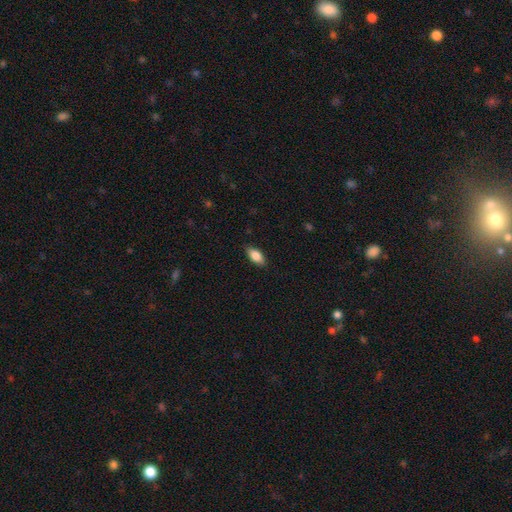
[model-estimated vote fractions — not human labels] A smooth galaxy with no disk features (83%) that is in between round and cigar-shaped (87%).

Vote fractions:
- Smooth or featured? smooth: 83% / featured or disk: 10% / star or artifact: 7%
- How rounded? in between: 87% / cigar-shaped: 10% / round: 3%
- Merging? none: 86% / minor disturbance: 11% / major disturbance: 2% / merger: 1%